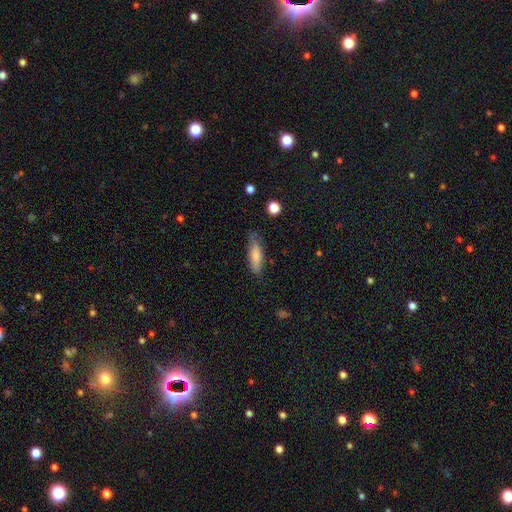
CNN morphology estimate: A smooth galaxy with no disk features (79%) that is cigar-shaped (50%).

Vote fractions:
- Smooth or featured? smooth: 79% / featured or disk: 14% / star or artifact: 6%
- How rounded? cigar-shaped: 50% / in between: 49% / round: 2%
- Merging? none: 68% / minor disturbance: 24% / major disturbance: 5% / merger: 2%